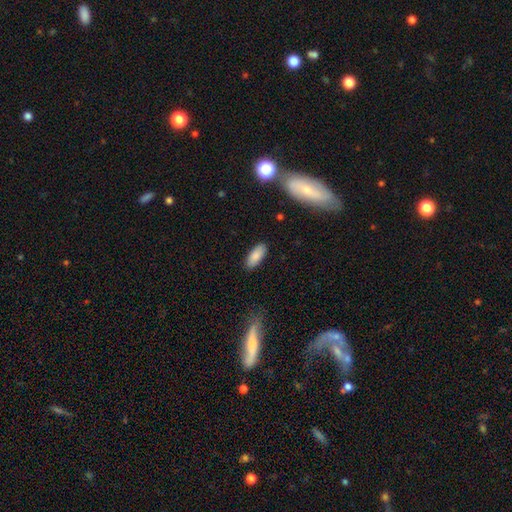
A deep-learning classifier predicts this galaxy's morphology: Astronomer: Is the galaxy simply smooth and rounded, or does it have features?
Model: smooth — 86%.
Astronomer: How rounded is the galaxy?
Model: in between — 84%.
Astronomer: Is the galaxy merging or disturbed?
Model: none — 88%.